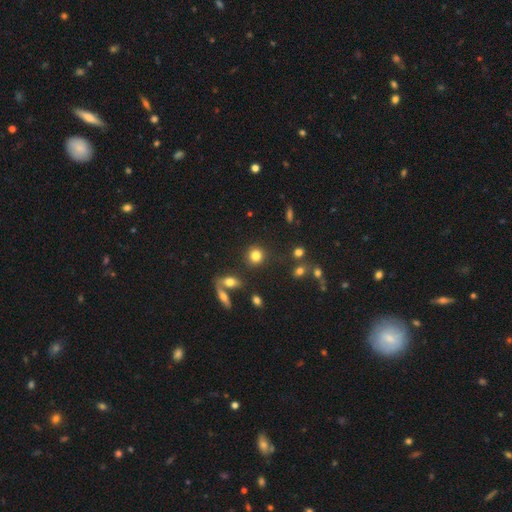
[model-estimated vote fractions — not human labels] Smooth or featured? Predicted: smooth (p=0.81). How rounded? Predicted: round (p=0.87). Merging? Predicted: none (p=0.81).